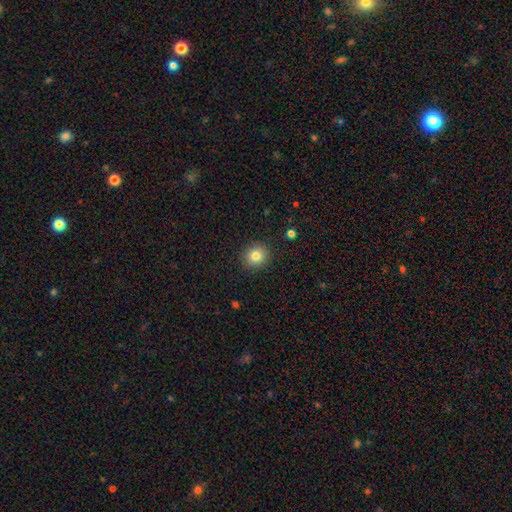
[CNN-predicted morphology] This is clearly a smooth galaxy (82%). How rounded: clearly round (86%). Merging: clearly none (91%).